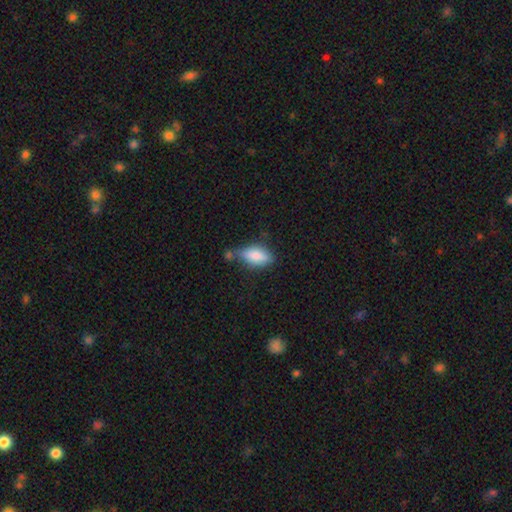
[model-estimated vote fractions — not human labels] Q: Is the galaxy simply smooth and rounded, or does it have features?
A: smooth — 75%.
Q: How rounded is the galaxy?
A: in between — 81%.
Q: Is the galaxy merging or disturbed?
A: none — 55%.